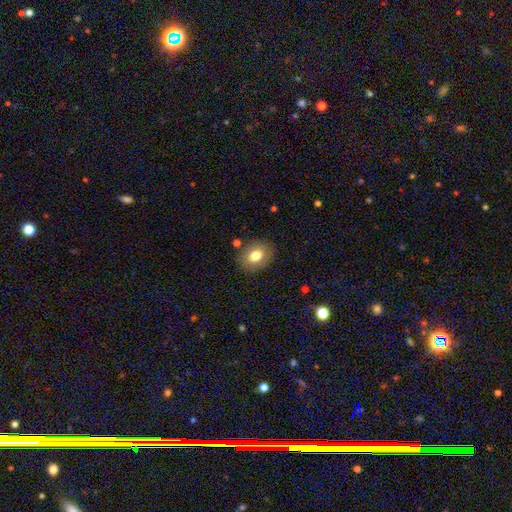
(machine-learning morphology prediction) A smooth galaxy with no disk features (74%) that is in between round and cigar-shaped (57%). Merging: none (83%).